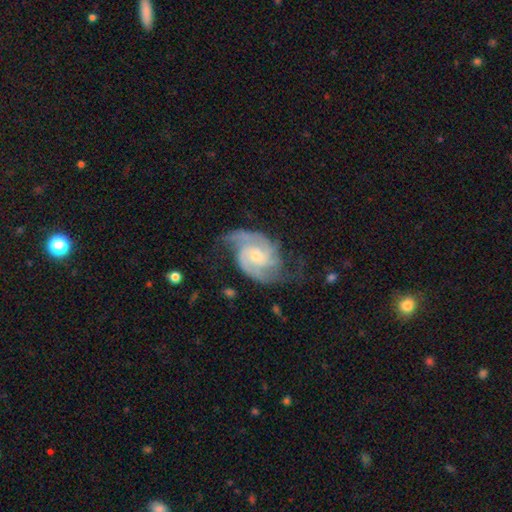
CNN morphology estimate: Q: Smooth or featured?
A: featured or disk (91%); runner-up: smooth (5%)
Q: Edge-on disk?
A: no (98%); runner-up: yes (2%)
Q: Bar?
A: no (60%); runner-up: weak (33%)
Q: Spiral arms?
A: yes (98%); runner-up: no (2%)
Q: Spiral winding?
A: medium (51%); runner-up: tight (35%)
Q: Spiral arm count?
A: 2 (71%); runner-up: 3 (15%)
Q: Bulge size?
A: small (58%); runner-up: moderate (34%)
Q: Merging?
A: none (63%); runner-up: minor disturbance (22%)